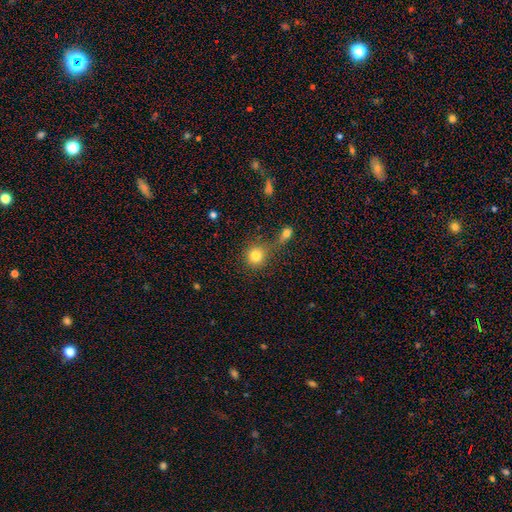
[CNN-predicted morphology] smooth_or_featured: smooth (p=0.81) [alt: star or artifact p=0.12]
how_rounded: round (p=0.91) [alt: in between p=0.08]
merging: none (p=0.64) [alt: merger p=0.20]